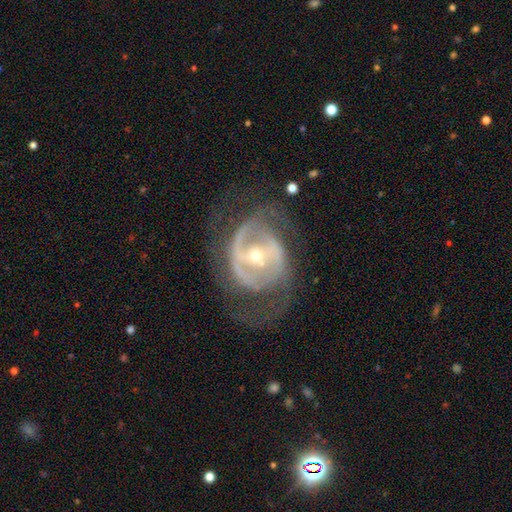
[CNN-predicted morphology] Q: Smooth or featured?
A: featured or disk (85%); runner-up: smooth (9%)
Q: Edge-on disk?
A: no (96%); runner-up: yes (4%)
Q: Bar?
A: strong (42%); runner-up: weak (35%)
Q: Spiral arms?
A: yes (81%); runner-up: no (19%)
Q: Spiral winding?
A: medium (45%); runner-up: tight (34%)
Q: Spiral arm count?
A: 2 (61%); runner-up: can't tell (19%)
Q: Bulge size?
A: small (56%); runner-up: moderate (41%)
Q: Merging?
A: none (52%); runner-up: major disturbance (27%)